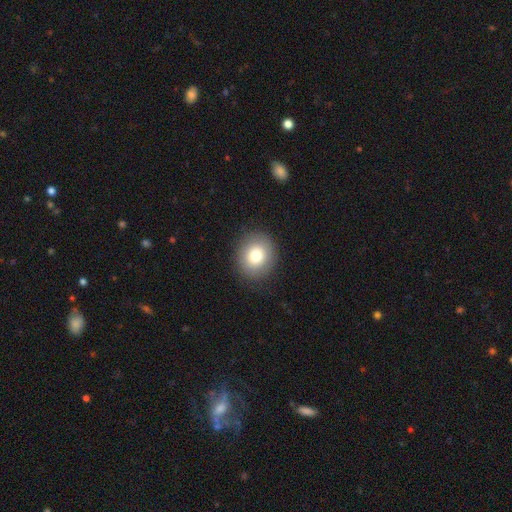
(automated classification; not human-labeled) Smooth or featured?
  - smooth: 78% *
  - featured or disk: 13%
  - star or artifact: 10%
How rounded?
  - round: 79% *
  - in between: 20%
  - cigar-shaped: 1%
Merging?
  - none: 88% *
  - minor disturbance: 8%
  - major disturbance: 3%
  - merger: 1%